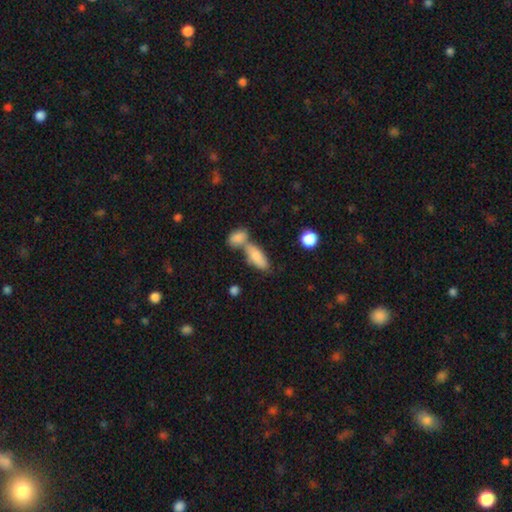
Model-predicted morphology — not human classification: Smooth or featured: smooth — 79% (featured or disk — 12%)
How rounded: in between — 78% (cigar-shaped — 18%)
Merging: merger — 52% (none — 35%)